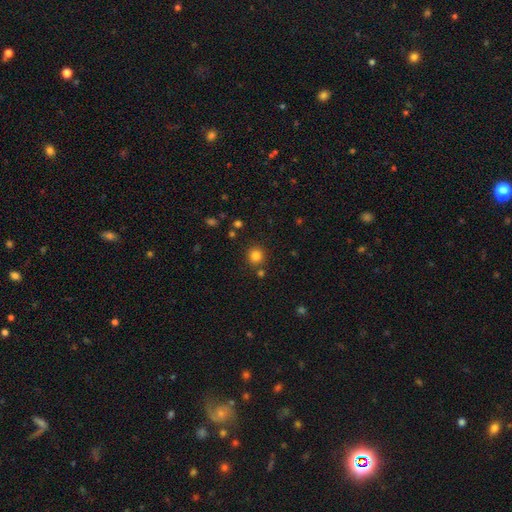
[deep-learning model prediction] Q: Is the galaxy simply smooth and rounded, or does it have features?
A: smooth — 82%.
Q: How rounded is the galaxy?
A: round — 92%.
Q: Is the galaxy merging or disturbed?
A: none — 84%.